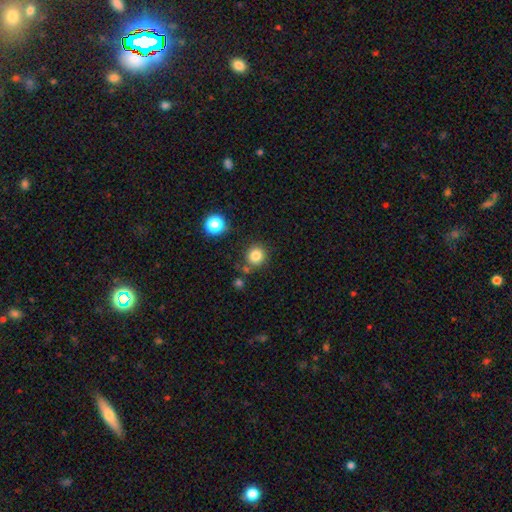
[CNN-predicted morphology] The model was most divided on "merging": none: 78%, minor disturbance: 10%, merger: 8%, major disturbance: 4%. More confident: how rounded — round (91%); smooth or featured — smooth (82%).